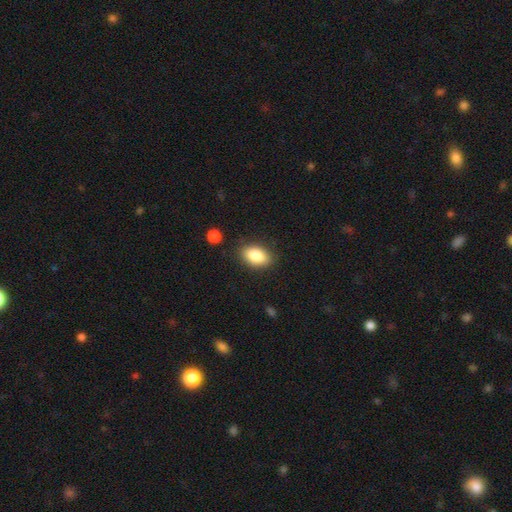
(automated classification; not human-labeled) Smooth or featured?
  - smooth: 85% *
  - featured or disk: 8%
  - star or artifact: 7%
How rounded?
  - in between: 89% *
  - round: 9%
  - cigar-shaped: 3%
Merging?
  - none: 84% *
  - minor disturbance: 11%
  - major disturbance: 3%
  - merger: 2%